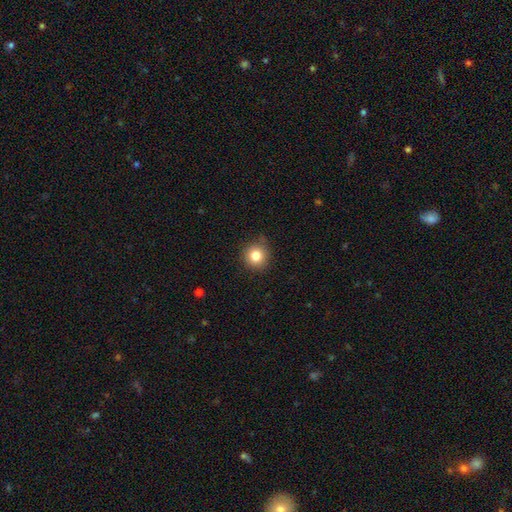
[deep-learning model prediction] Overall: smooth (82%). How rounded: round (92%). Merging: none (84%).